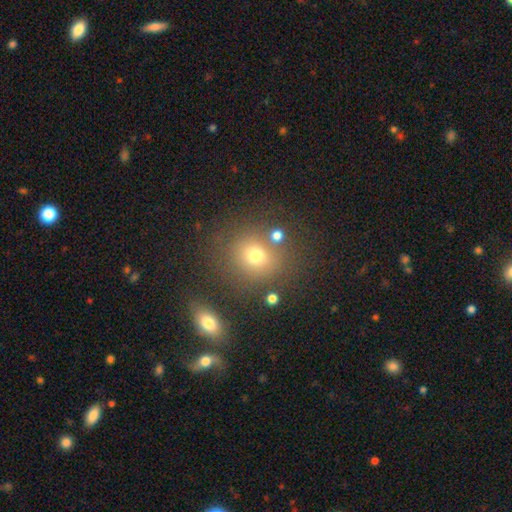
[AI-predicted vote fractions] Overall: smooth (71%). How rounded: round (79%). Merging: none (73%).